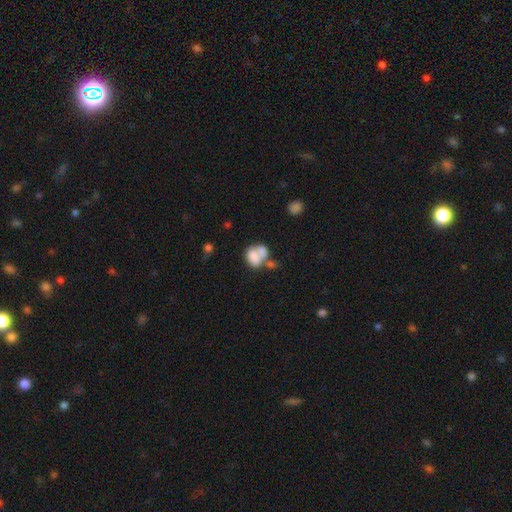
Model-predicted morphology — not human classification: Smooth or featured: smooth — 65% (featured or disk — 26%)
How rounded: in between — 67% (round — 32%)
Merging: merger — 59% (none — 19%)